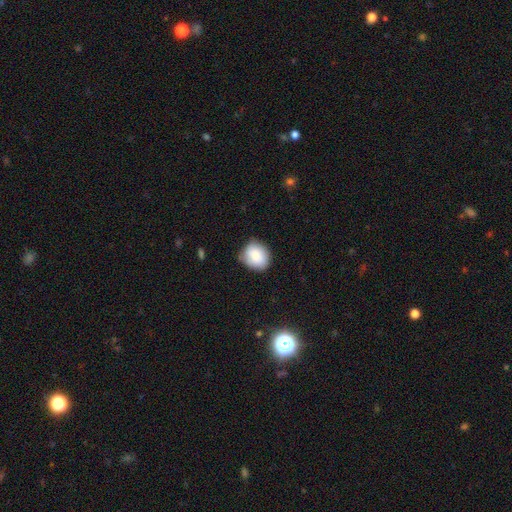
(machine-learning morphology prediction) The model was most divided on "how rounded": round: 67%, in between: 32%, cigar-shaped: 1%. More confident: smooth or featured — smooth (83%); merging — none (68%).